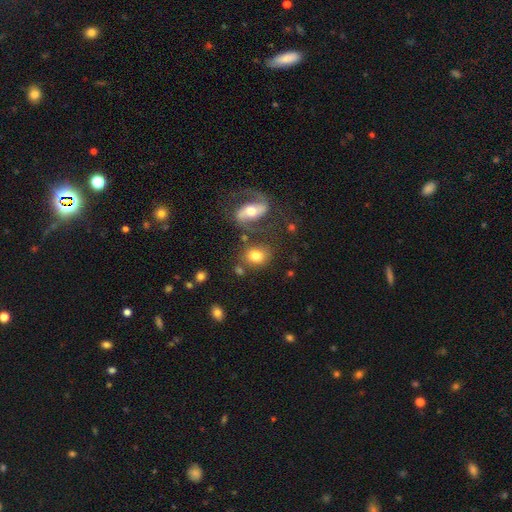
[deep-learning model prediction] smooth 70%, featured or disk 21%, star or artifact 9%. Down the decision tree: how rounded — round (51%); merging — none (68%).